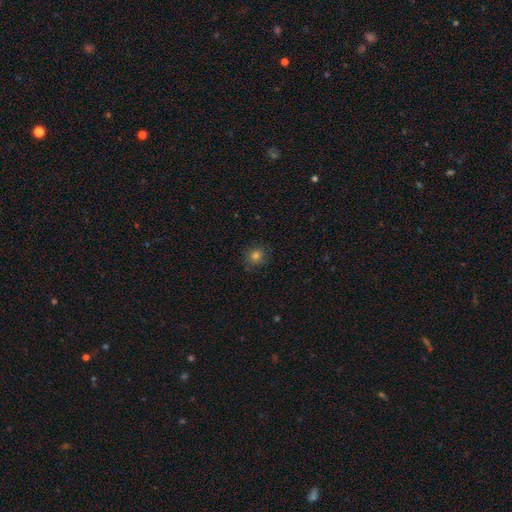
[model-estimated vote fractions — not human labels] This appears to be a smooth galaxy with no disk features (78%) that is round (85%). Merging: none (84%).